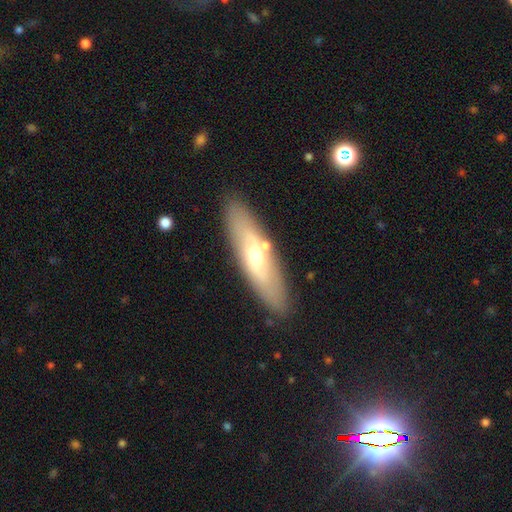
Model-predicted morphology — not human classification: smooth_or_featured: featured or disk (p=0.49) [alt: smooth p=0.44]
merging: none (p=0.82) [alt: minor disturbance p=0.11]